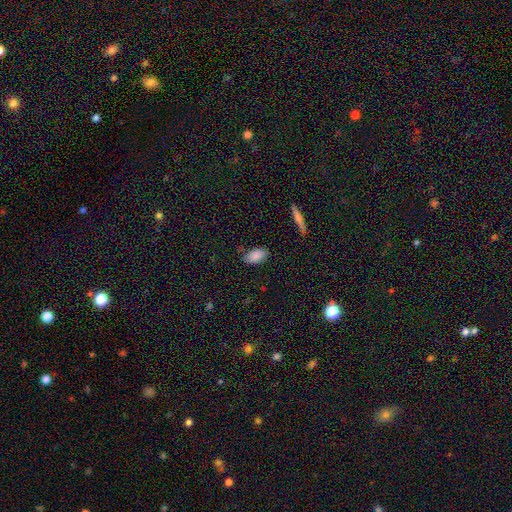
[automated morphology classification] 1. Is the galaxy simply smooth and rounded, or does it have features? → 84% smooth, 8% featured or disk, 7% star or artifact.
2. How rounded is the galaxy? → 93% in between, 4% cigar-shaped, 3% round.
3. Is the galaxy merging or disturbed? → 80% none, 15% minor disturbance, 3% major disturbance, 2% merger.